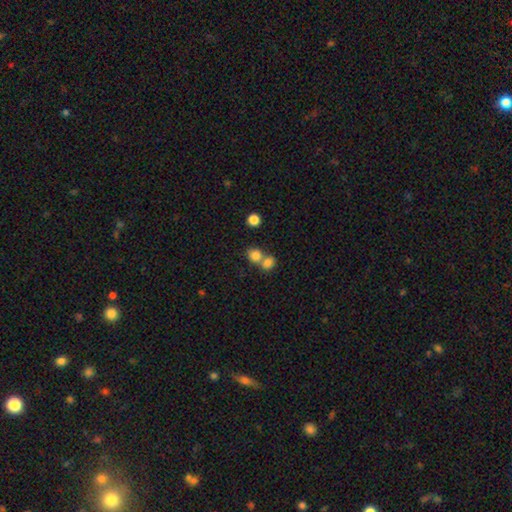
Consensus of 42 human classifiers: A smooth galaxy with no disk features (93%) that is round (64%).

Vote fractions:
- Smooth or featured? smooth: 93% / featured or disk: 5% / star or artifact: 2%
- How rounded? round: 64% / in between: 31% / cigar-shaped: 5%
- Merging? merger: 66% / none: 29% / minor disturbance: 2% / major disturbance: 2%